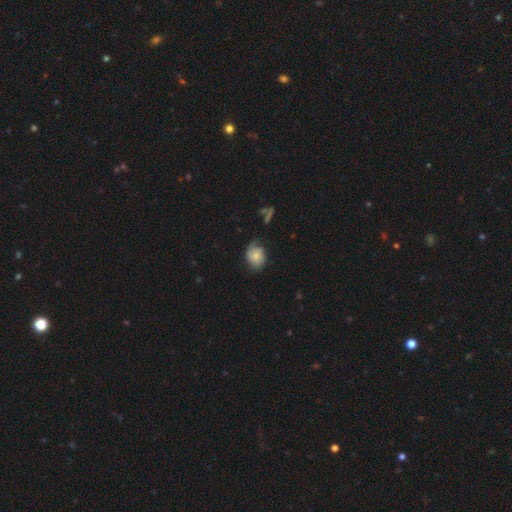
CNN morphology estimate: A smooth galaxy with no disk features (51%) that is in between round and cigar-shaped (61%). Merging: none (51%).